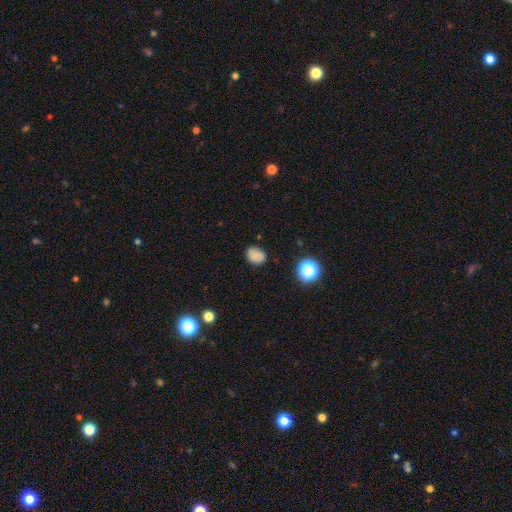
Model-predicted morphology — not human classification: Smooth or featured: smooth — 77% (star or artifact — 13%)
How rounded: in between — 51% (round — 48%)
Merging: none — 78% (minor disturbance — 17%)